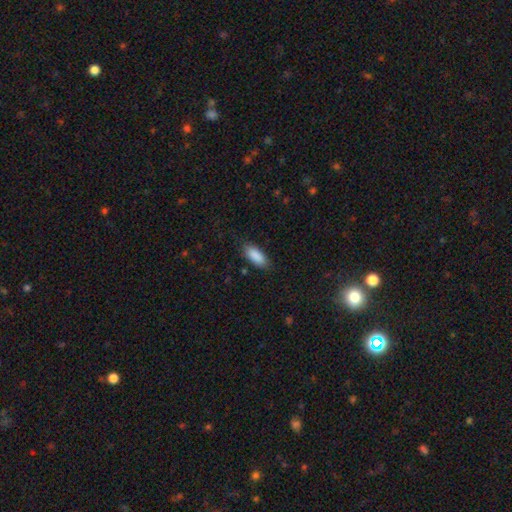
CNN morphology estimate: A smooth galaxy with no disk features (89%) that is in between round and cigar-shaped (83%).

Vote fractions:
- Smooth or featured? smooth: 89% / star or artifact: 6% / featured or disk: 5%
- How rounded? in between: 83% / cigar-shaped: 15% / round: 2%
- Merging? none: 81% / minor disturbance: 14% / major disturbance: 3% / merger: 1%